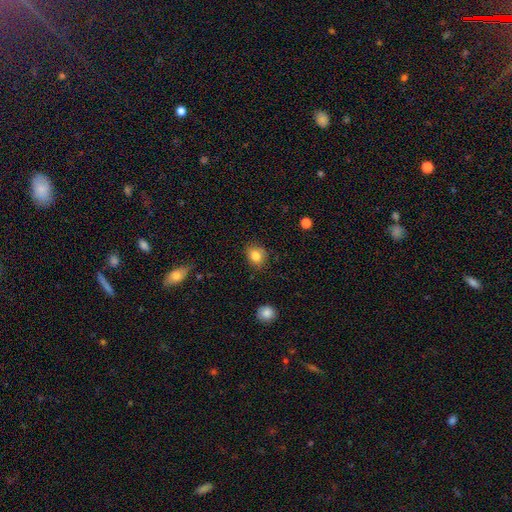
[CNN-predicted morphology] type=smooth (83%); roundness=round (57%); merging=none (80%).